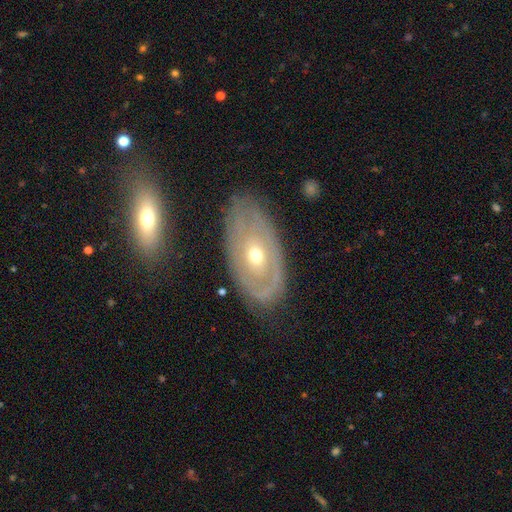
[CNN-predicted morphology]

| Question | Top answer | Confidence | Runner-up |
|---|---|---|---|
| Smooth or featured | featured or disk | 70% | smooth (24%) |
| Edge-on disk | no | 90% | yes (10%) |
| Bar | no | 83% | weak (13%) |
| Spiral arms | no | 50% | tied: yes (50%) |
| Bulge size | moderate | 54% | small (42%) |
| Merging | none | 77% | minor disturbance (15%) |